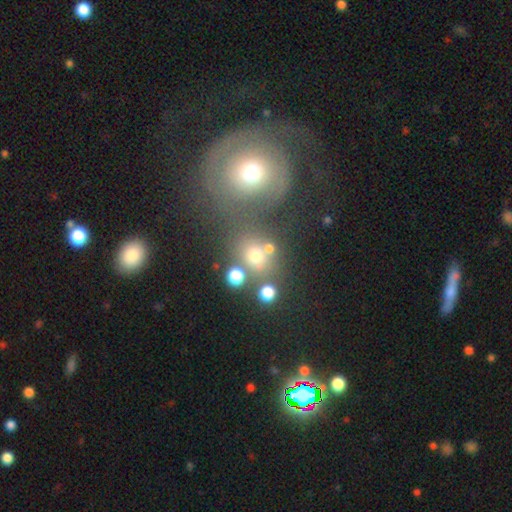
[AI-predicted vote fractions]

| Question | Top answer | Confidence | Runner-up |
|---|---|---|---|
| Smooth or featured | smooth | 62% | star or artifact (20%) |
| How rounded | round | 73% | in between (25%) |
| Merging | none | 50% | merger (32%) |